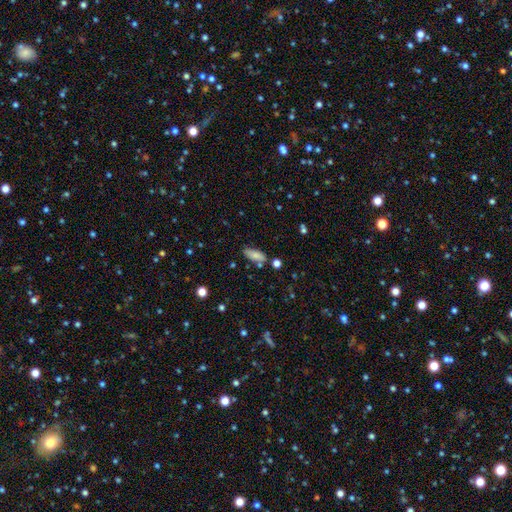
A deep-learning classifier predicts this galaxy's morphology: smooth_or_featured: smooth (p=0.81) [alt: featured or disk p=0.11]
how_rounded: in between (p=0.77) [alt: cigar-shaped p=0.20]
merging: none (p=0.71) [alt: minor disturbance p=0.18]